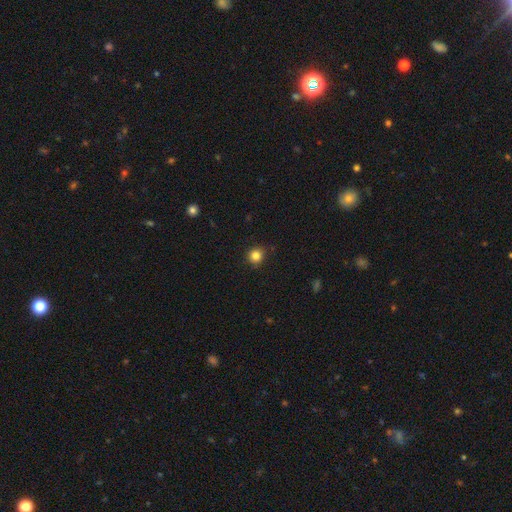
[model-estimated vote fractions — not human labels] This is clearly a smooth galaxy (84%). How rounded: clearly round (90%). Merging: clearly none (88%).